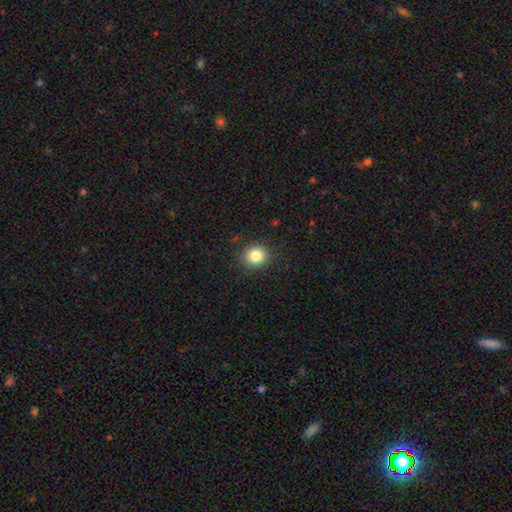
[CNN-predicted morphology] type=smooth (84%); roundness=round (86%); merging=none (89%).